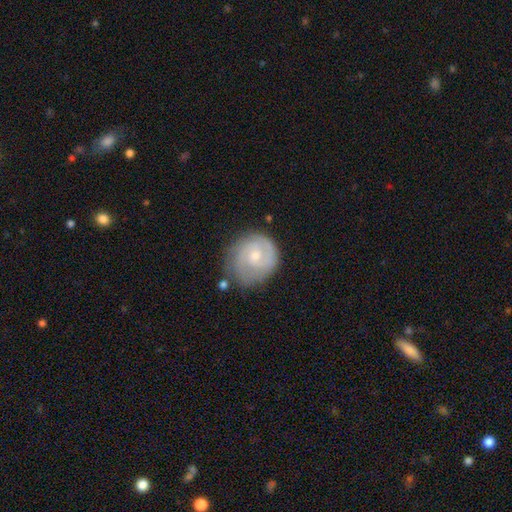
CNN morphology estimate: A featured or disk galaxy (71%) with no bar (61%), 2 (55%) tight (60%) spiral arms (91%) and a moderate central bulge (51%).

Vote fractions:
- Smooth or featured? featured or disk: 71% / smooth: 24% / star or artifact: 5%
- Edge-on disk? no: 98% / yes: 2%
- Bar? no: 61% / weak: 35% / strong: 4%
- Spiral arms? yes: 91% / no: 9%
- Spiral winding? tight: 60% / medium: 31% / loose: 9%
- Spiral arm count? 2: 55% / can't tell: 20% / 1: 10% / 3: 10% / 4: 2% / more than 4: 2%
- Bulge size? moderate: 51% / small: 43% / large: 3% / none: 2% / dominant: 1%
- Merging? none: 70% / minor disturbance: 20% / major disturbance: 7% / merger: 3%